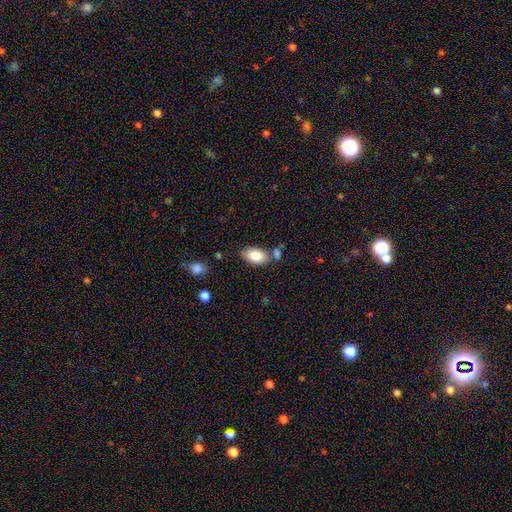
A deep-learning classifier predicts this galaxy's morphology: Overall: smooth (85%). How rounded: in between (91%). Merging: none (68%).